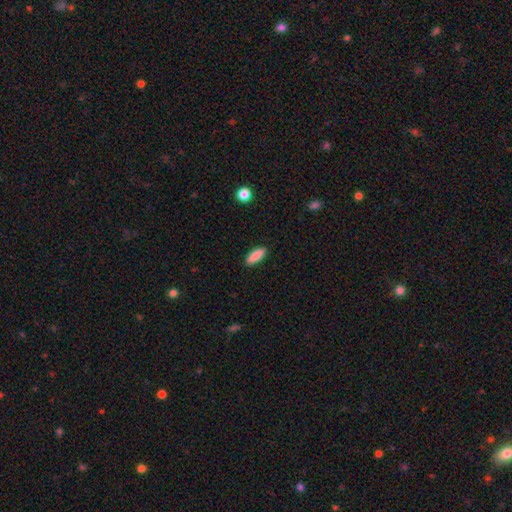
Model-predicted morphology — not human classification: Smooth or featured? Predicted: smooth (p=0.87). How rounded? Predicted: in between (p=0.61). Merging? Predicted: none (p=0.89).